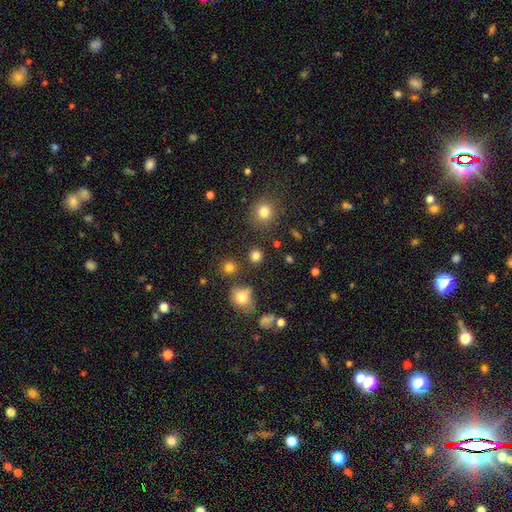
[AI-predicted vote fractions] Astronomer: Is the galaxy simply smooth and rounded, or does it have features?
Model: smooth — 80%.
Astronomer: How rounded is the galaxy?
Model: round — 89%.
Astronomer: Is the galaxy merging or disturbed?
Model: none — 83%.